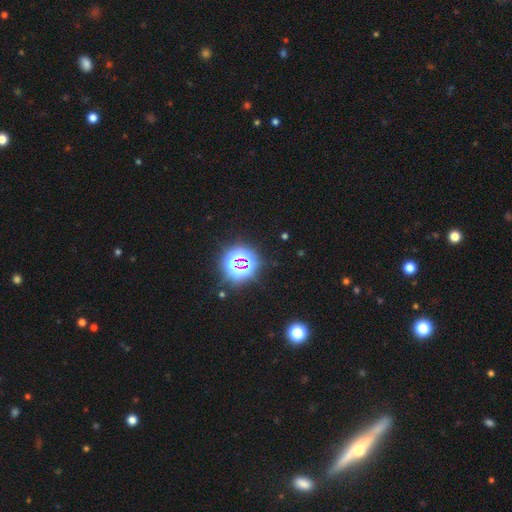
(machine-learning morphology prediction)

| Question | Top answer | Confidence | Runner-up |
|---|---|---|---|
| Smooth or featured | star or artifact | 76% | smooth (15%) |